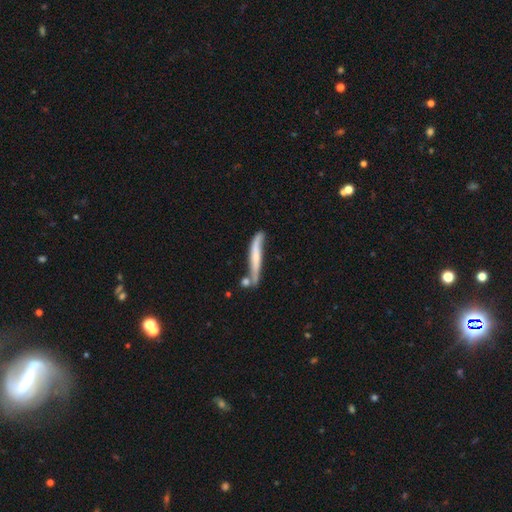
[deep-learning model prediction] Morphology: type=featured or disk (52%); edge-on=yes (76%); merging=none (49%).